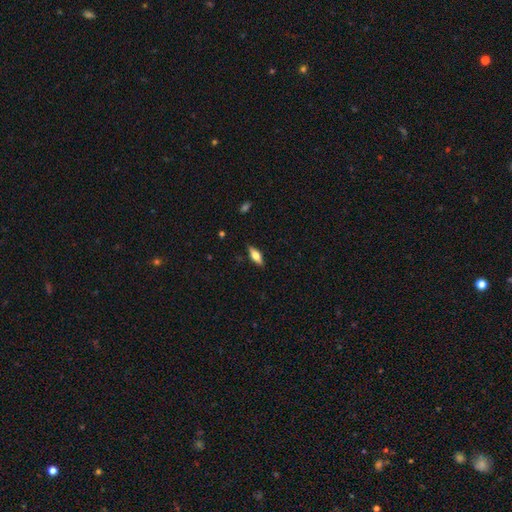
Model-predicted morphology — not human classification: smooth_or_featured: smooth (p=0.53) [alt: featured or disk p=0.40]
how_rounded: in between (p=0.65) [alt: cigar-shaped p=0.33]
merging: none (p=0.88) [alt: minor disturbance p=0.09]